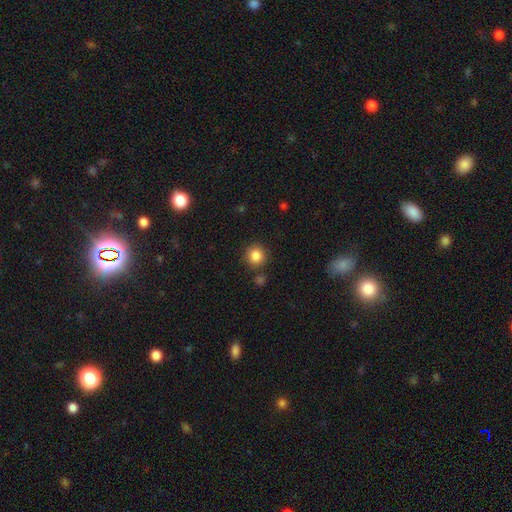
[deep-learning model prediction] A smooth galaxy with no disk features (85%) that is round (92%). Merging: none (83%).